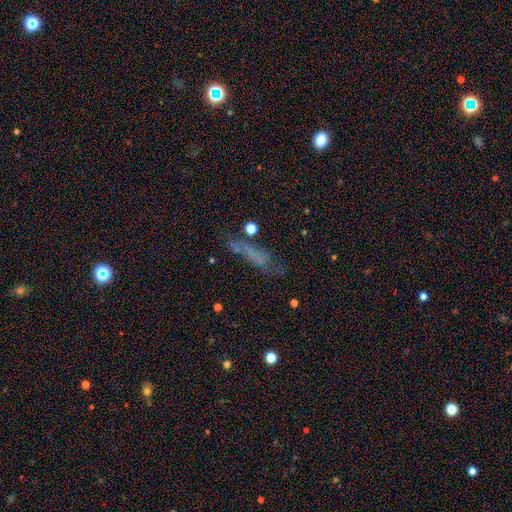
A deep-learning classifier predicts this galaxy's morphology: smooth_or_featured: smooth (p=0.45) [alt: star or artifact p=0.28]
merging: none (p=0.64) [alt: minor disturbance p=0.19]